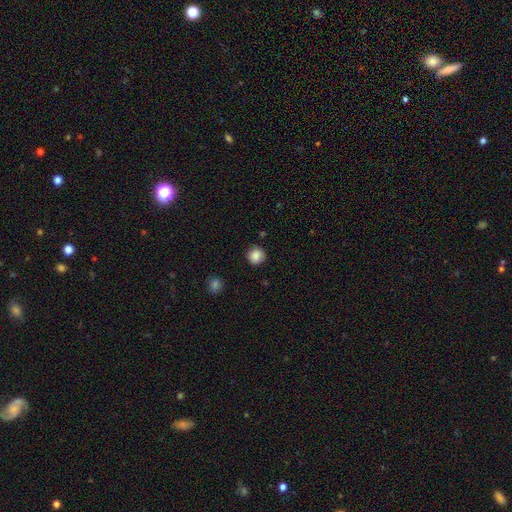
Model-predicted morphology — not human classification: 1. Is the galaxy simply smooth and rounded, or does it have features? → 87% smooth, 9% star or artifact, 3% featured or disk.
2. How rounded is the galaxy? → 94% round, 5% in between, 1% cigar-shaped.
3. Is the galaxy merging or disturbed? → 89% none, 8% minor disturbance, 2% major disturbance, 1% merger.